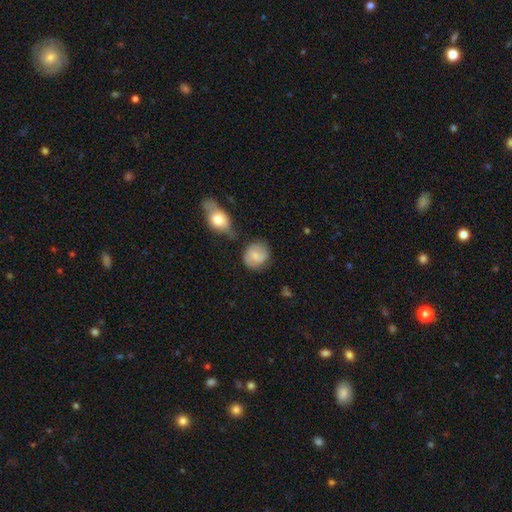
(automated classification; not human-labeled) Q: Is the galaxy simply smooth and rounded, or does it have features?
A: smooth — 51%.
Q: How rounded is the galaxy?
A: round — 77%.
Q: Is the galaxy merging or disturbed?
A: none — 71%.